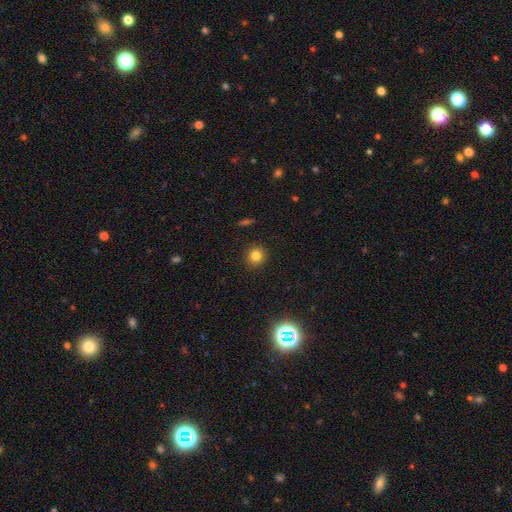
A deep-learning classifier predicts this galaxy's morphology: This appears to be a smooth galaxy with no disk features (81%) that is round (89%). Merging: none (91%).